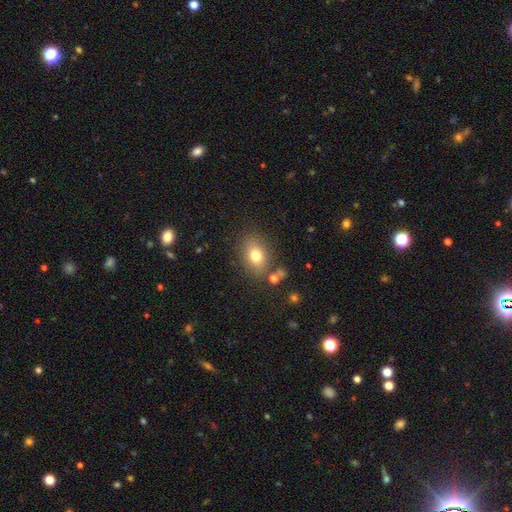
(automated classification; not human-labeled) This is likely a smooth galaxy (76%). How rounded: likely in between (72%). Merging: likely none (79%).